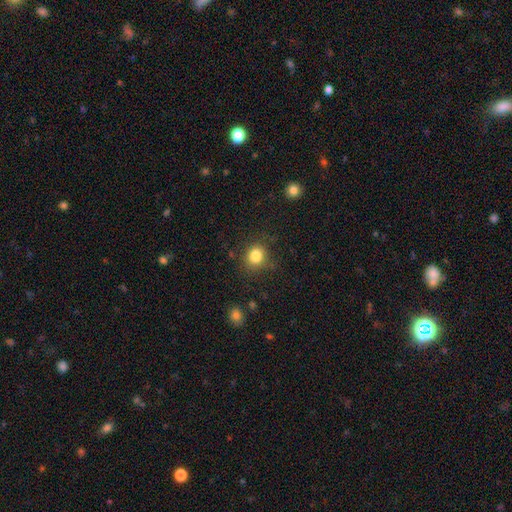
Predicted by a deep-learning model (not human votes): Smooth or featured? Predicted: smooth (p=0.83). How rounded? Predicted: round (p=0.76). Merging? Predicted: none (p=0.81).